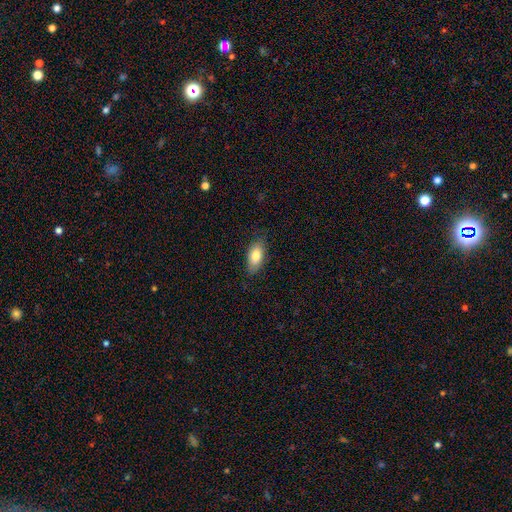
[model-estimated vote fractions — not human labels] This appears to be a smooth galaxy with no disk features (80%) that is in between round and cigar-shaped (89%). Merging: none (81%).